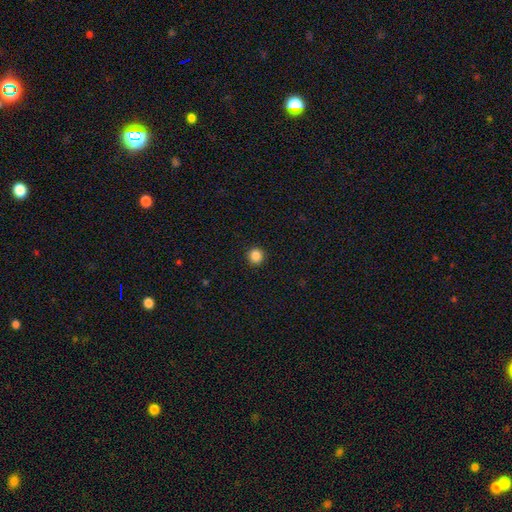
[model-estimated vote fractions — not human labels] smooth_or_featured: smooth (p=0.87) [alt: star or artifact p=0.10]
how_rounded: round (p=0.93) [alt: in between p=0.06]
merging: none (p=0.92) [alt: minor disturbance p=0.05]